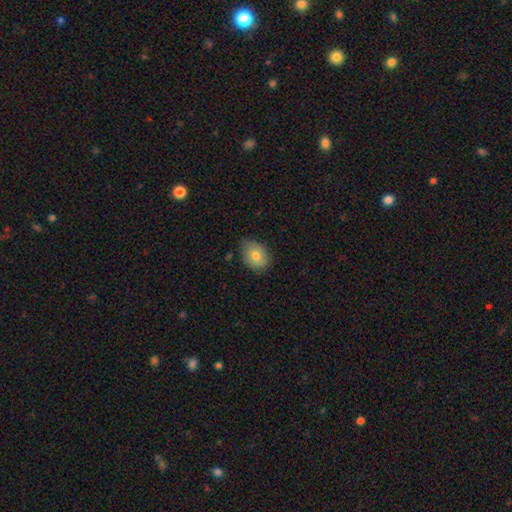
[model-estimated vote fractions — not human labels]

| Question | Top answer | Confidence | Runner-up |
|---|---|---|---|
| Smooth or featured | smooth | 77% | featured or disk (15%) |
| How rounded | in between | 72% | round (27%) |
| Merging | none | 69% | minor disturbance (26%) |